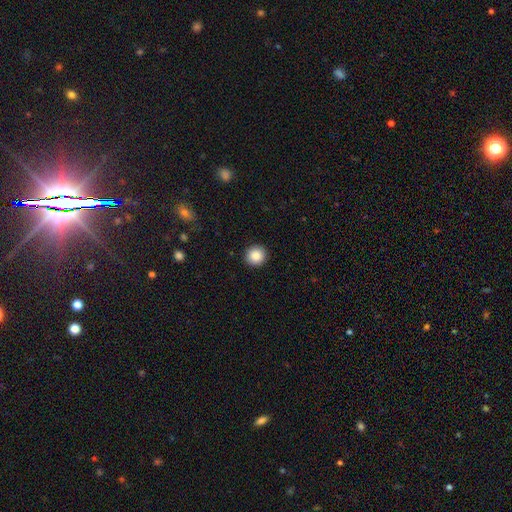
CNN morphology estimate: Q: Smooth or featured?
A: smooth (88%); runner-up: star or artifact (8%)
Q: How rounded?
A: round (94%); runner-up: in between (5%)
Q: Merging?
A: none (93%); runner-up: minor disturbance (5%)